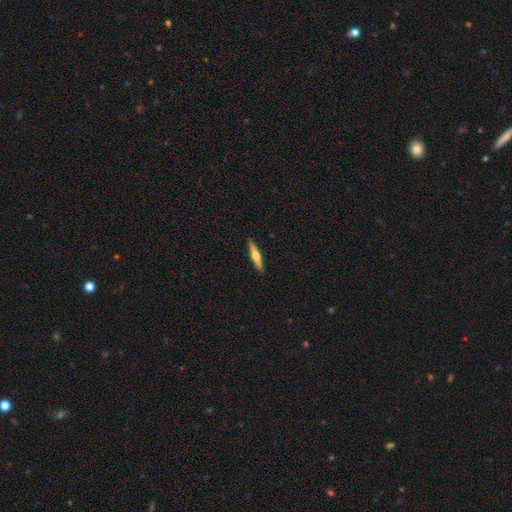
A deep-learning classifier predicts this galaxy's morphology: Smooth or featured: featured or disk — 49% (smooth — 46%)
Merging: none — 91% (minor disturbance — 6%)